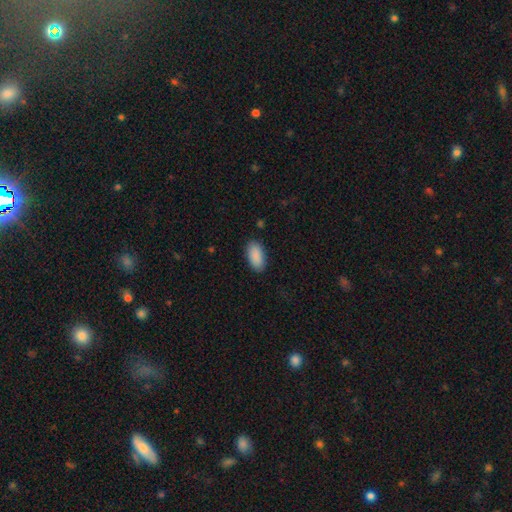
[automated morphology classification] Smooth or featured?
  - smooth: 91% *
  - star or artifact: 6%
  - featured or disk: 3%
How rounded?
  - in between: 94% *
  - cigar-shaped: 4%
  - round: 2%
Merging?
  - none: 87% *
  - minor disturbance: 10%
  - major disturbance: 2%
  - merger: 1%